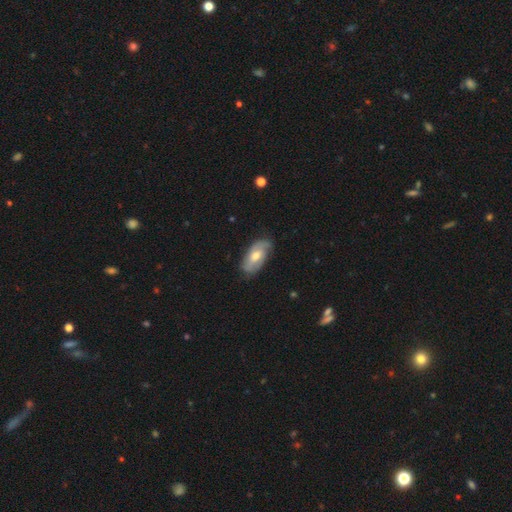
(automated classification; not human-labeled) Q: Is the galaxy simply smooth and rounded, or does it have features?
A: featured or disk — 57%.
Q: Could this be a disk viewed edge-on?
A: no — 90%.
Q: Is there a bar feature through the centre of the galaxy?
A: no — 54%.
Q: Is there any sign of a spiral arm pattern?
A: yes — 78%.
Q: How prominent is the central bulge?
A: moderate — 69%.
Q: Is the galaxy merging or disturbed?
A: none — 70%.